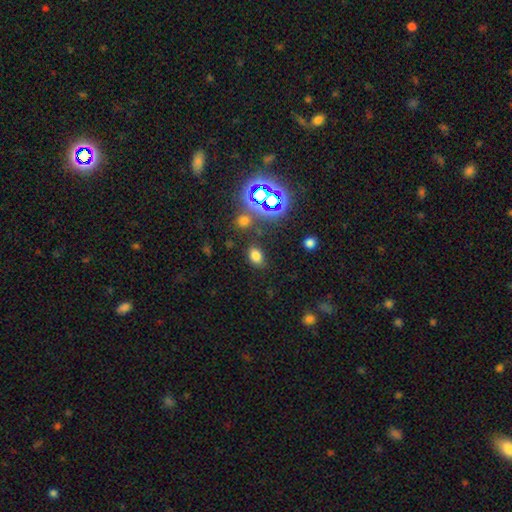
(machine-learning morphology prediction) The model was most divided on "smooth or featured": smooth: 69%, star or artifact: 24%, featured or disk: 7%. More confident: merging — none (81%); how rounded — in between (77%).